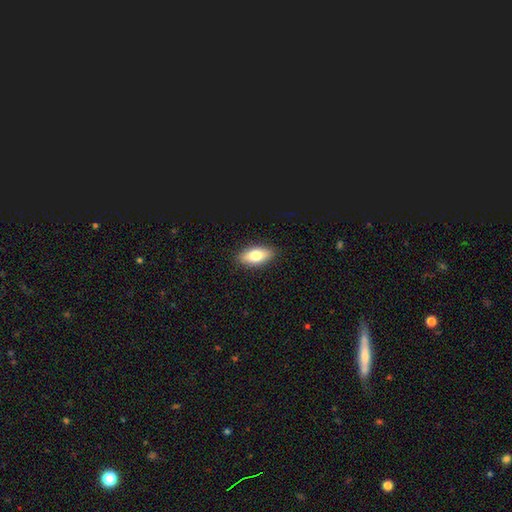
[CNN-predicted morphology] Overall: smooth (75%). How rounded: in between (85%). Merging: none (89%).